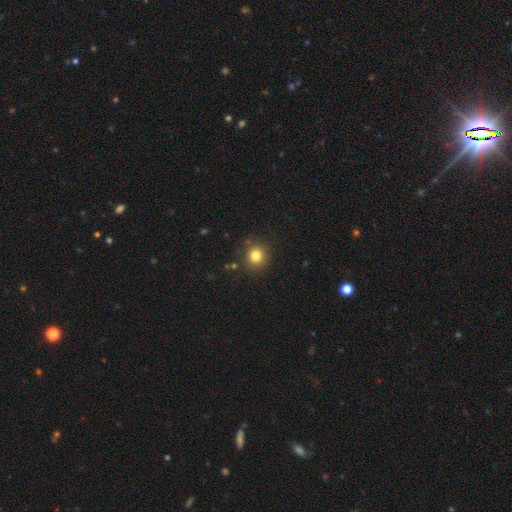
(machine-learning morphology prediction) The model was most divided on "smooth or featured": smooth: 81%, star or artifact: 12%, featured or disk: 6%. More confident: how rounded — round (88%); merging — none (86%).